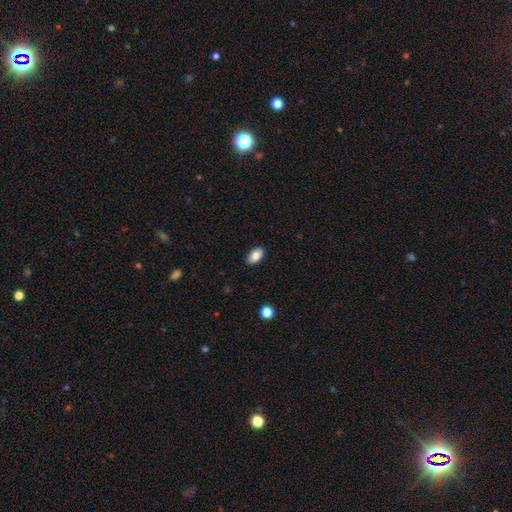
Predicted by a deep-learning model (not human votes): Morphology: type=smooth (84%); roundness=in between (93%); merging=none (87%).